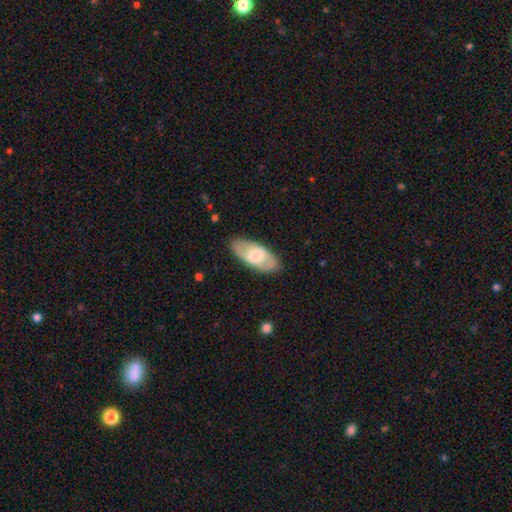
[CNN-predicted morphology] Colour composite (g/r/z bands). It shows a smooth galaxy with no disk features (53%) that is in between round and cigar-shaped (89%). Merging: none (85%).